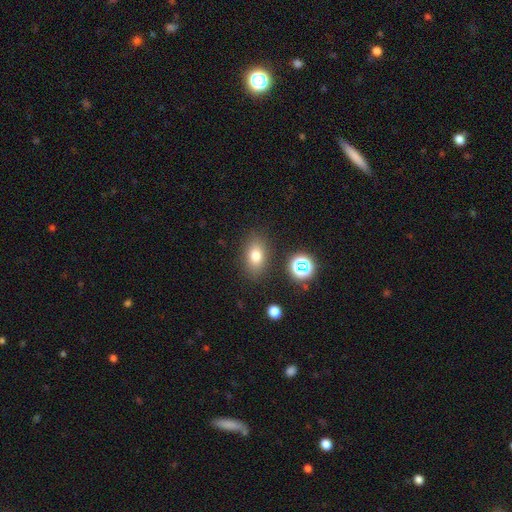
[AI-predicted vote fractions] This is likely a smooth galaxy (76%). How rounded: clearly in between (81%). Merging: clearly none (83%).